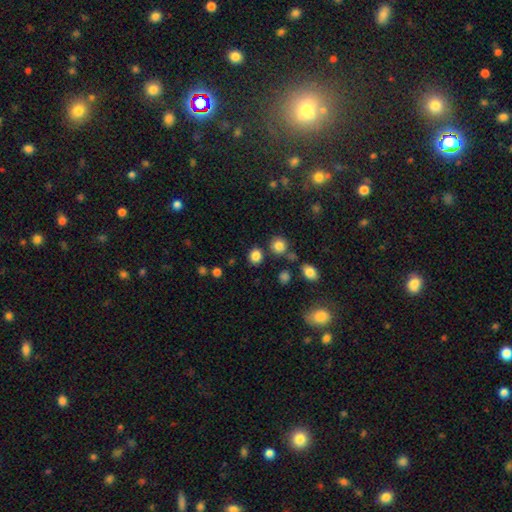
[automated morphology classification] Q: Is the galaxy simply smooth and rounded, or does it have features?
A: smooth — 84%.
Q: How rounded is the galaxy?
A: round — 81%.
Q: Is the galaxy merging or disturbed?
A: none — 82%.